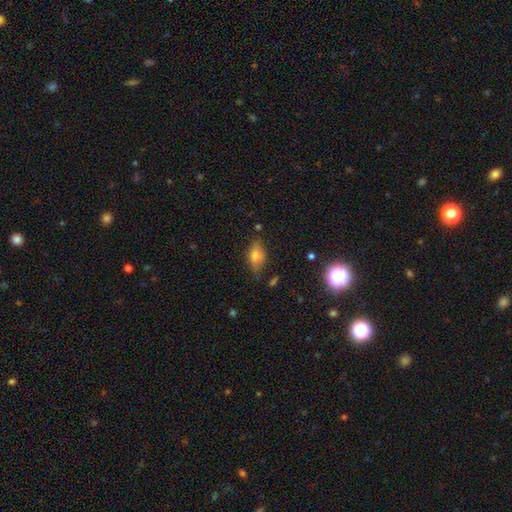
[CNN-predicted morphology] Smooth or featured? Predicted: smooth (p=0.55). How rounded? Predicted: in between (p=0.79). Merging? Predicted: none (p=0.72).